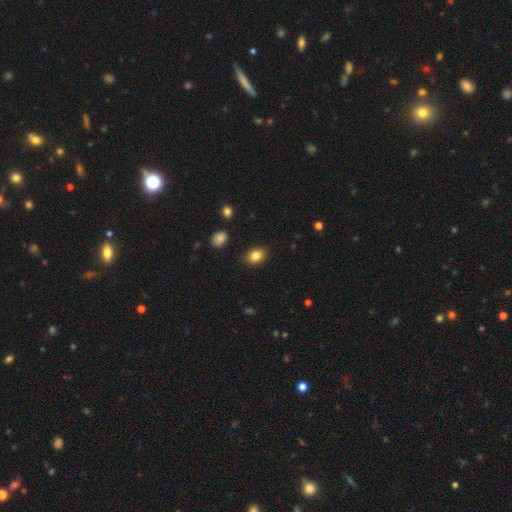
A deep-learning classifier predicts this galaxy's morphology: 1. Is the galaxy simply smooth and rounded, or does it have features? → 84% smooth, 9% star or artifact, 7% featured or disk.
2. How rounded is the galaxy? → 72% in between, 27% round, 1% cigar-shaped.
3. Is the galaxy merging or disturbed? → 89% none, 8% minor disturbance, 2% major disturbance, 1% merger.